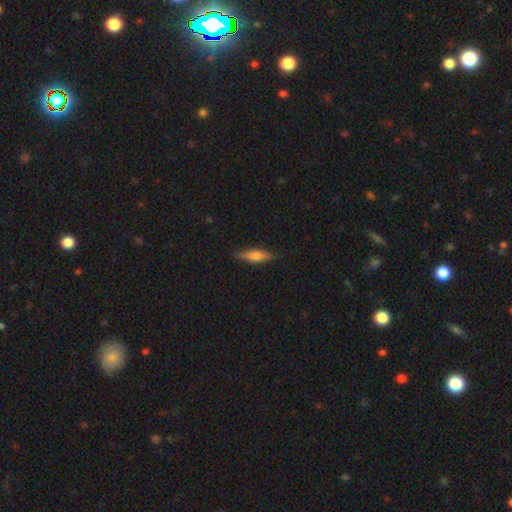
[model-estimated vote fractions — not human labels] The model was most divided on "smooth or featured": smooth: 59%, featured or disk: 34%, star or artifact: 7%. More confident: merging — none (85%); how rounded — cigar-shaped (68%).